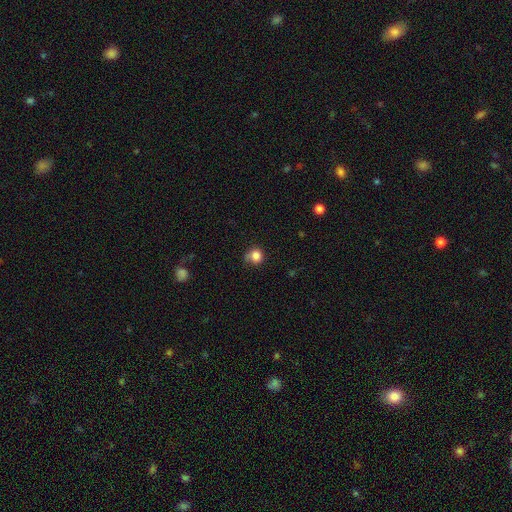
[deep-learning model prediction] smooth_or_featured: smooth (p=0.83) [alt: star or artifact p=0.11]
how_rounded: round (p=0.83) [alt: in between p=0.16]
merging: none (p=0.60) [alt: minor disturbance p=0.28]